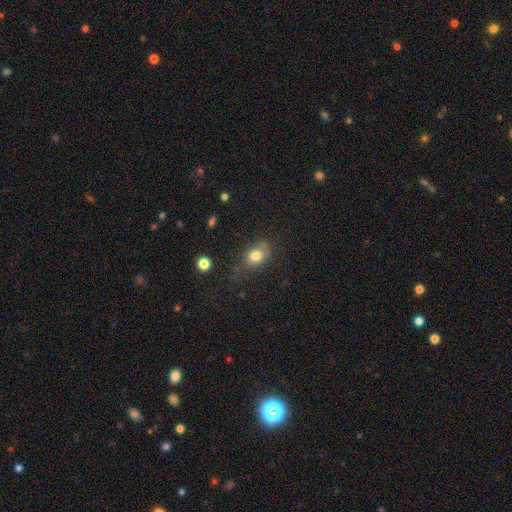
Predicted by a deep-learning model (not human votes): A smooth galaxy with no disk features (78%) that is in between round and cigar-shaped (58%). Merging: none (57%).